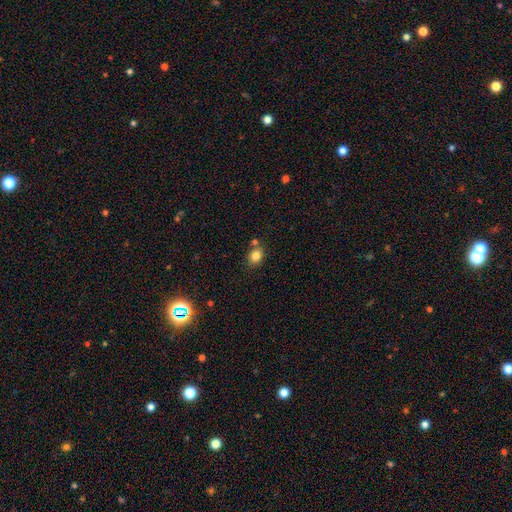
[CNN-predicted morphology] This appears to be a smooth galaxy with no disk features (81%) that is round (54%). Merging: none (72%).